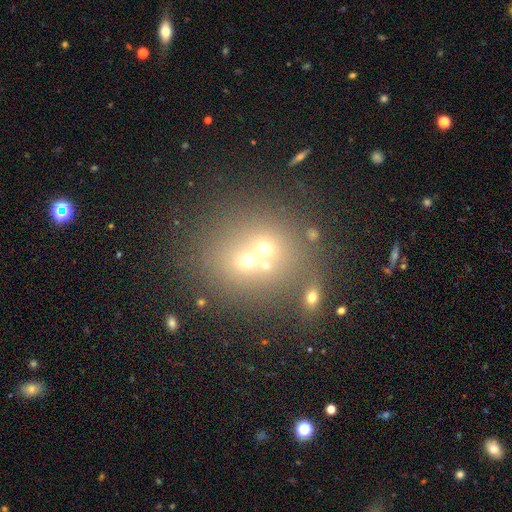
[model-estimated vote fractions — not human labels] Smooth or featured? Predicted: smooth (p=0.50). How rounded? Predicted: round (p=0.81). Merging? Predicted: merger (p=0.45).